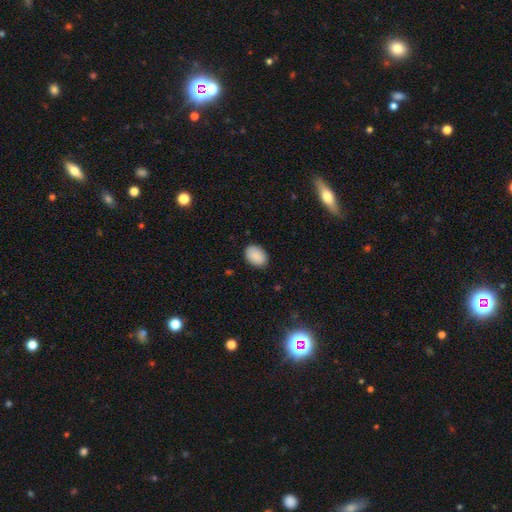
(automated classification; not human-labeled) Q: Smooth or featured?
A: smooth (90%); runner-up: star or artifact (7%)
Q: How rounded?
A: in between (81%); runner-up: round (18%)
Q: Merging?
A: none (87%); runner-up: minor disturbance (9%)